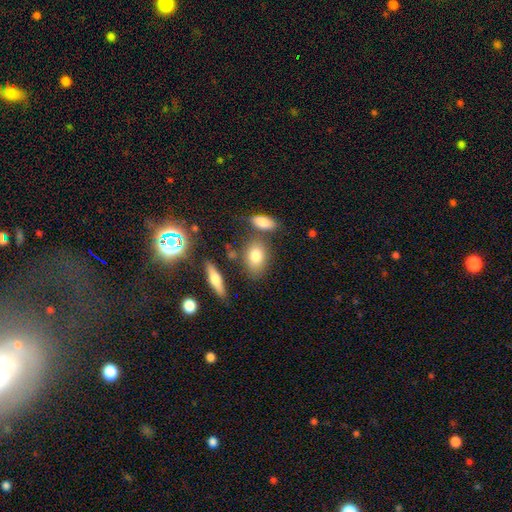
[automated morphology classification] A smooth galaxy with no disk features (79%) that is in between round and cigar-shaped (79%). Merging: none (69%).